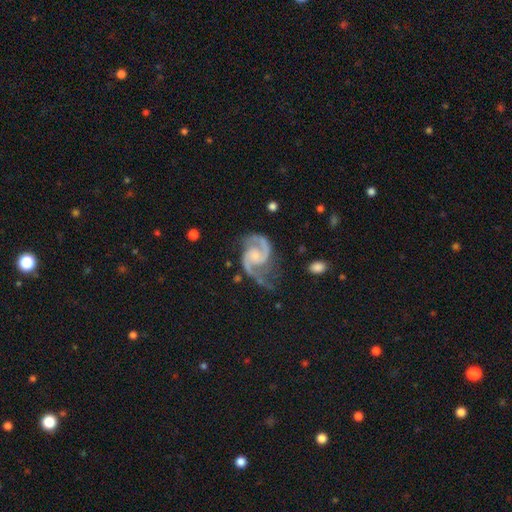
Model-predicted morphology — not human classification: The model was most divided on "bulge size": small: 39%, moderate: 30%, none: 25%, large: 5%, dominant: 1%. More confident: edge-on disk — no (98%); spiral arms — yes (98%); spiral arm count — 2 (93%); smooth or featured — featured or disk (93%); merging — none (61%); spiral winding — medium (61%); bar — no (57%).